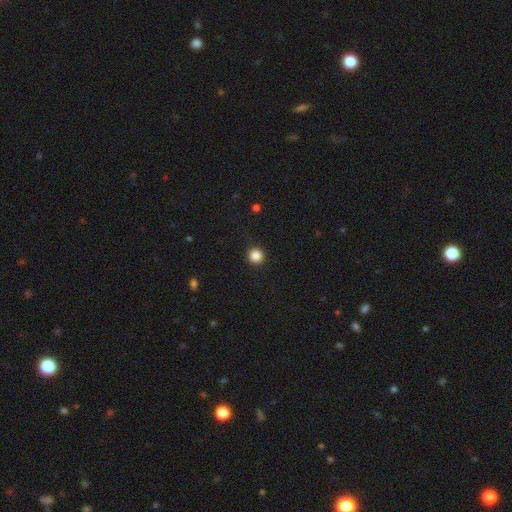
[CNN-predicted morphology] type=smooth (85%); roundness=round (95%); merging=none (92%).